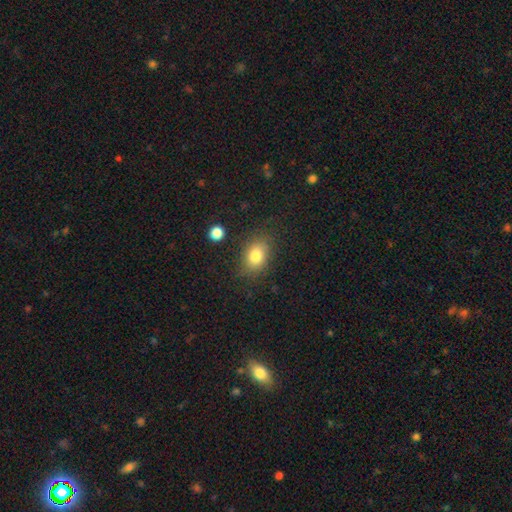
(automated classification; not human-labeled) The model was most divided on "how rounded": in between: 74%, round: 25%, cigar-shaped: 1%. More confident: smooth or featured — smooth (80%); merging — none (80%).